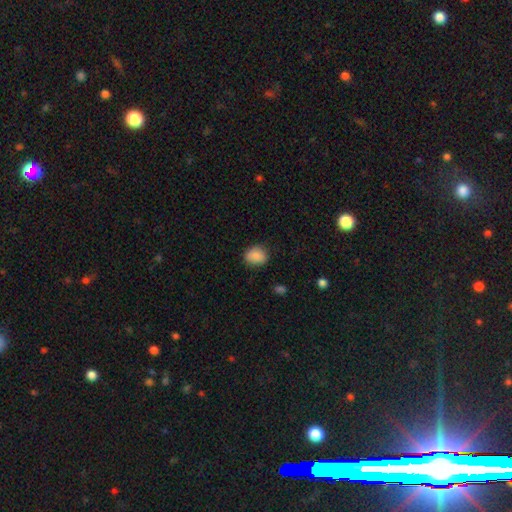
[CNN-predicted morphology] Smooth or featured? Predicted: smooth (p=0.88). How rounded? Predicted: round (p=0.50). Merging? Predicted: none (p=0.82).